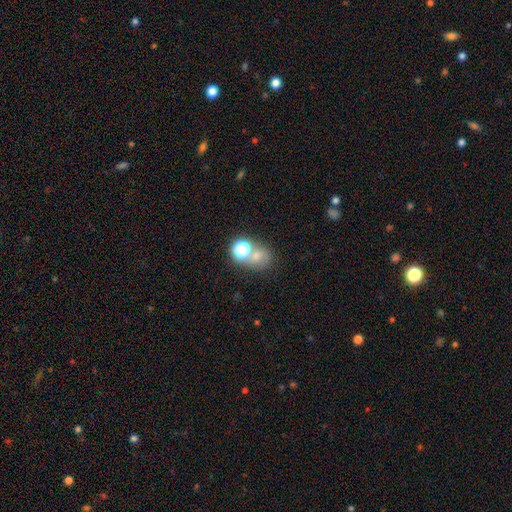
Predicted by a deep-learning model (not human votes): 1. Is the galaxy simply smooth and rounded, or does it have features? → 53% smooth, 33% star or artifact, 13% featured or disk.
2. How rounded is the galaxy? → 65% round, 34% in between, 1% cigar-shaped.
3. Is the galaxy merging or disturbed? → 51% none, 31% merger, 10% minor disturbance, 7% major disturbance.